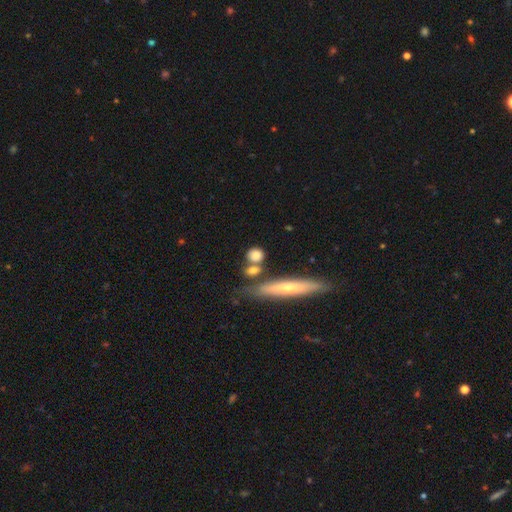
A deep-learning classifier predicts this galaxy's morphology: Smooth or featured: smooth — 77% (featured or disk — 15%)
How rounded: round — 68% (in between — 19%)
Merging: none — 63% (merger — 20%)